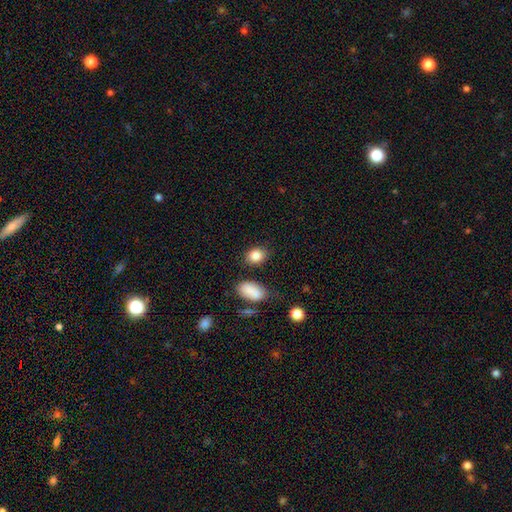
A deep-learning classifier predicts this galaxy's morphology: type=smooth (86%); roundness=in between (57%); merging=none (80%).